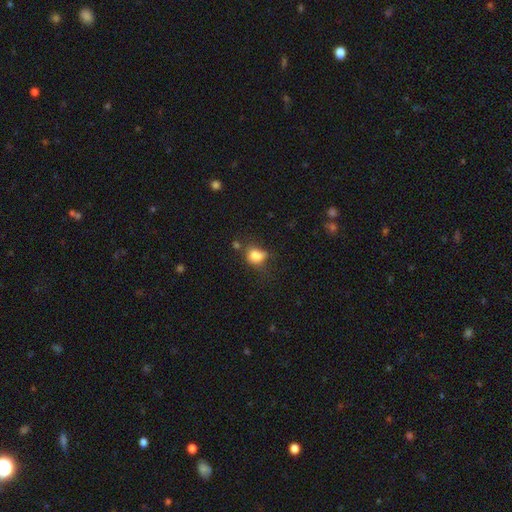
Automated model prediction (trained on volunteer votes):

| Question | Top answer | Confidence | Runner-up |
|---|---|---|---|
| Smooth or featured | smooth | 77% | star or artifact (12%) |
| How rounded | in between | 54% | round (44%) |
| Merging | none | 38% | minor disturbance (29%) |